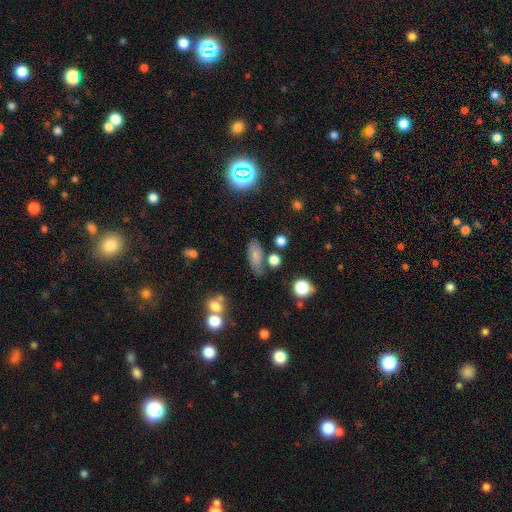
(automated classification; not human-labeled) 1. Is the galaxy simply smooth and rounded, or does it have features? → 73% smooth, 15% featured or disk, 12% star or artifact.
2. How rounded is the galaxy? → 77% in between, 17% cigar-shaped, 6% round.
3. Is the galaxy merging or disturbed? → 61% none, 22% minor disturbance, 9% merger, 9% major disturbance.